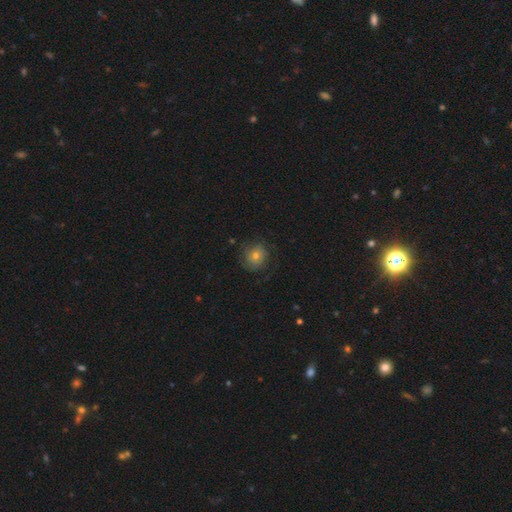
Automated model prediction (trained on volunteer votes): Smooth or featured? Predicted: smooth (p=0.52). How rounded? Predicted: round (p=0.82). Merging? Predicted: none (p=0.69).